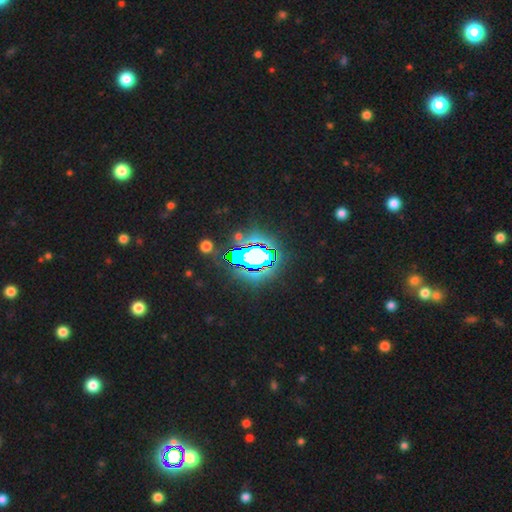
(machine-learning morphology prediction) This appears to be a star or artifact, not a galaxy (69%).